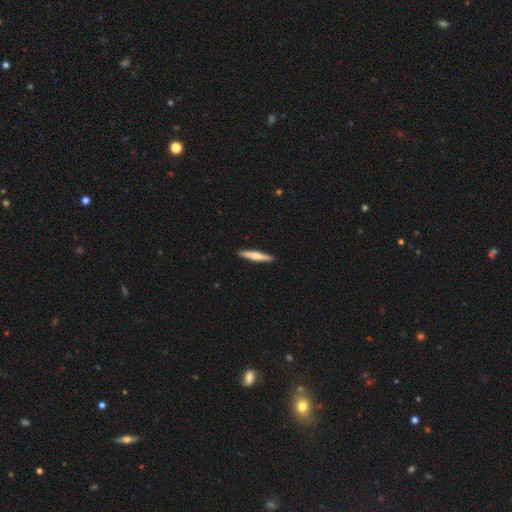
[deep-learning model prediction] smooth_or_featured: smooth (p=0.61) [alt: featured or disk p=0.34]
how_rounded: cigar-shaped (p=0.92) [alt: in between p=0.07]
merging: none (p=0.92) [alt: minor disturbance p=0.06]